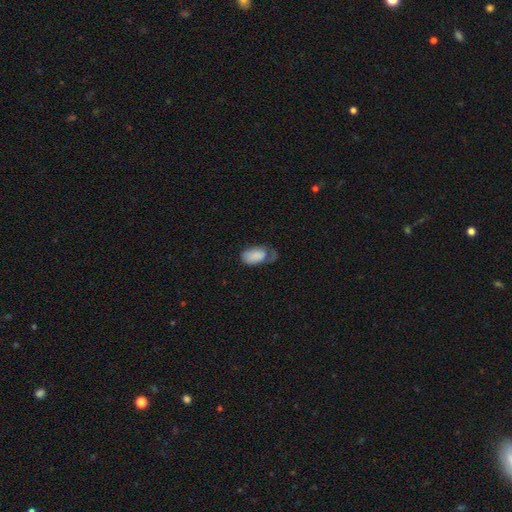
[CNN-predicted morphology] The model was most divided on "merging": major disturbance: 36%, minor disturbance: 31%, none: 29%, merger: 4%. More confident: how rounded — in between (94%); smooth or featured — smooth (80%).